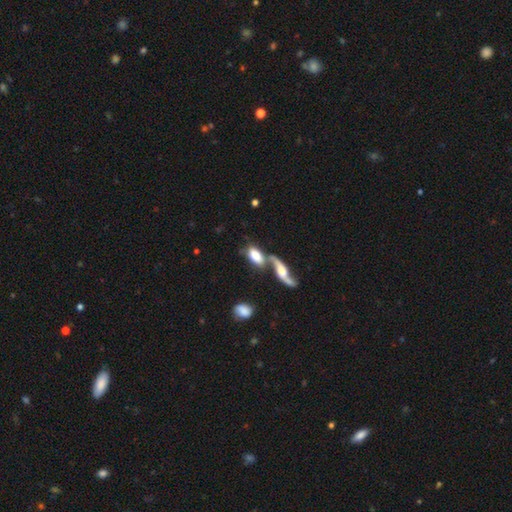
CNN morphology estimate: This appears to be a smooth galaxy with no disk features (63%) that is in between round and cigar-shaped (85%). Merging: merger (52%).